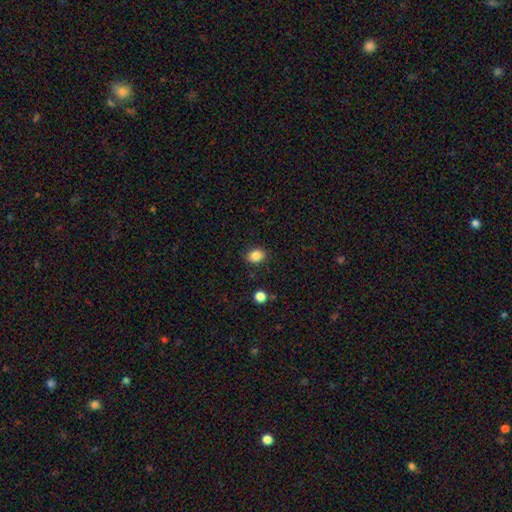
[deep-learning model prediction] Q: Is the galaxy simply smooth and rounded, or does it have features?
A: smooth — 85%.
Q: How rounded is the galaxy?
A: in between — 54%.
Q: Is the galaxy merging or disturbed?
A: none — 87%.